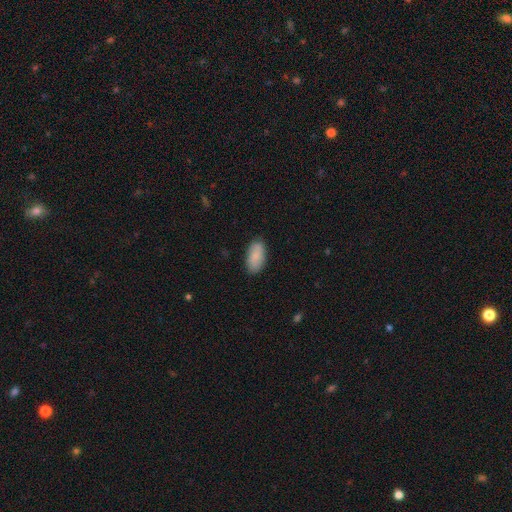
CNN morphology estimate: Smooth or featured? Predicted: smooth (p=0.83). How rounded? Predicted: in between (p=0.93). Merging? Predicted: none (p=0.84).